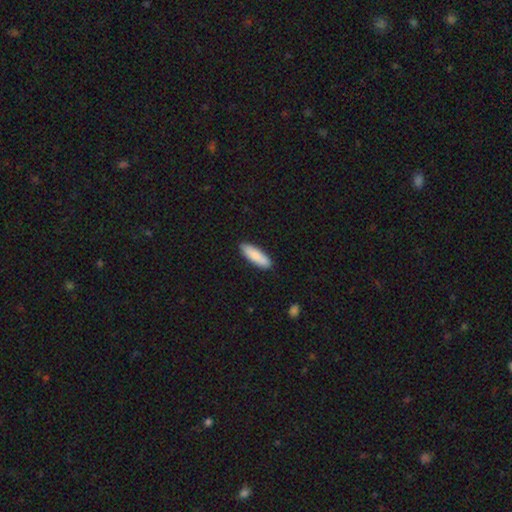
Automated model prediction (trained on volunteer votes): smooth_or_featured: smooth (p=0.86) [alt: featured or disk p=0.08]
how_rounded: cigar-shaped (p=0.53) [alt: in between p=0.45]
merging: none (p=0.88) [alt: minor disturbance p=0.09]